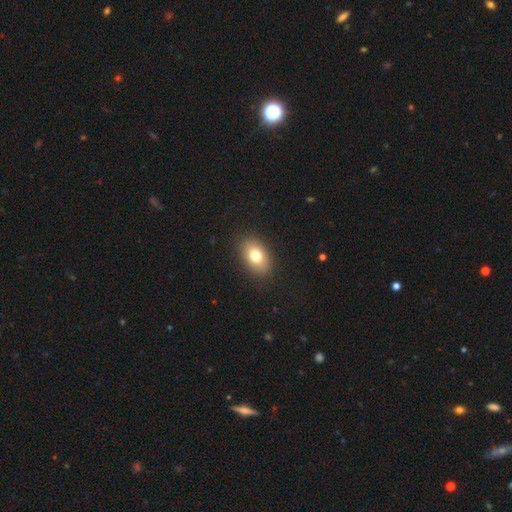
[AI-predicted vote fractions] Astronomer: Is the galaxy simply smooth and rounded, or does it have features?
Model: smooth — 77%.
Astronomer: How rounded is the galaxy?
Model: in between — 87%.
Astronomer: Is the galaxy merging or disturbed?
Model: none — 88%.